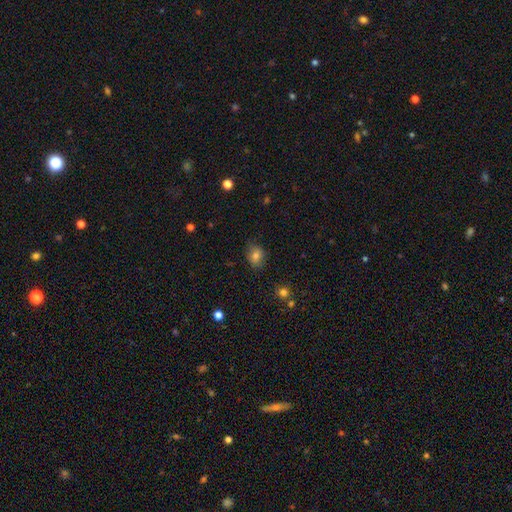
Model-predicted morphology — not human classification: smooth 78%, star or artifact 12%, featured or disk 10%. Down the decision tree: how rounded — round (51%); merging — none (80%).